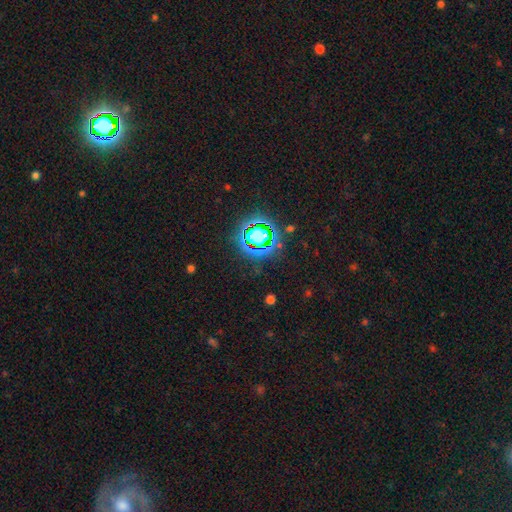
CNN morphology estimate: star or artifact 78%, smooth 15%, featured or disk 7%.